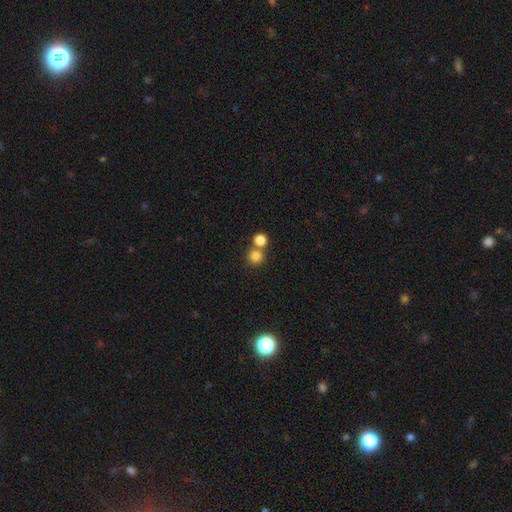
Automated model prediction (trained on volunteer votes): Overall: smooth (81%). How rounded: round (92%). Merging: none (59%; merger 32%).